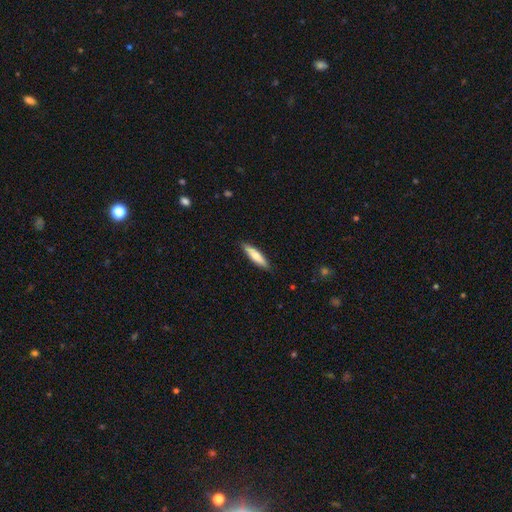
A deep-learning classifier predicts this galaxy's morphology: This appears to be a smooth galaxy with no disk features (69%) that is cigar-shaped (81%). Merging: none (89%).